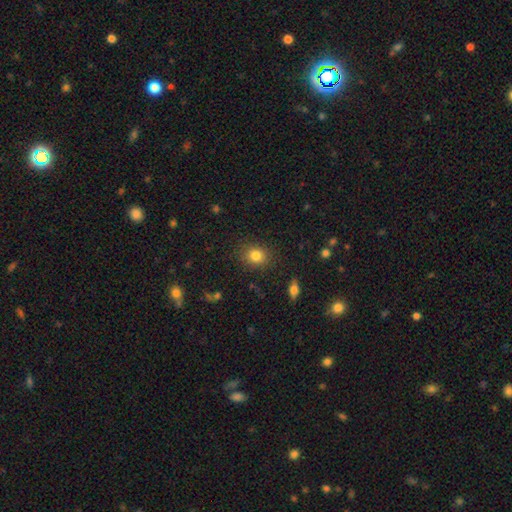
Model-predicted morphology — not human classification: Smooth or featured?
  - smooth: 83% *
  - star or artifact: 11%
  - featured or disk: 6%
How rounded?
  - round: 62% *
  - in between: 37%
  - cigar-shaped: 1%
Merging?
  - none: 86% *
  - minor disturbance: 10%
  - major disturbance: 3%
  - merger: 2%